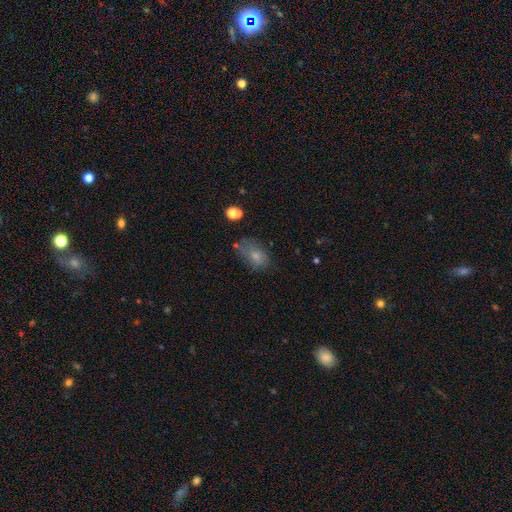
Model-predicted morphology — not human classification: A smooth galaxy with no disk features (71%) that is in between round and cigar-shaped (84%).

Vote fractions:
- Smooth or featured? smooth: 71% / featured or disk: 17% / star or artifact: 12%
- How rounded? in between: 84% / round: 14% / cigar-shaped: 2%
- Merging? none: 49% / minor disturbance: 30% / major disturbance: 16% / merger: 6%